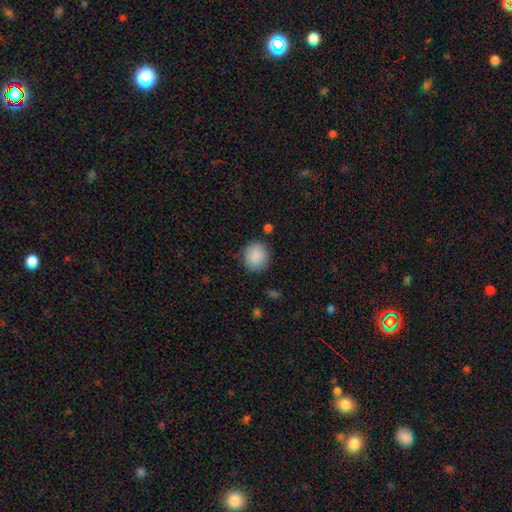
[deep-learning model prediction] Smooth or featured? Predicted: smooth (p=0.89). How rounded? Predicted: round (p=0.89). Merging? Predicted: none (p=0.85).